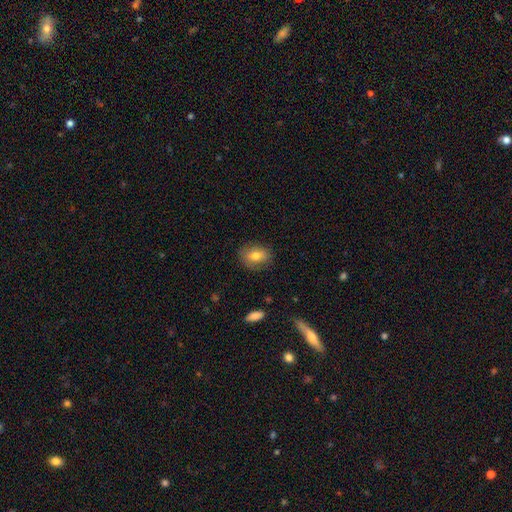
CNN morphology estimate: A smooth galaxy with no disk features (76%) that is in between round and cigar-shaped (58%). Merging: none (83%).